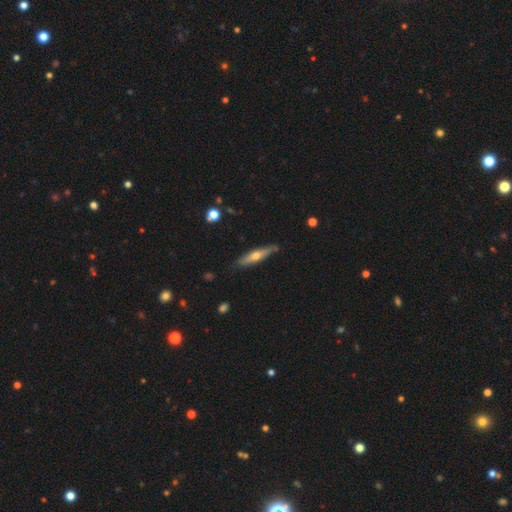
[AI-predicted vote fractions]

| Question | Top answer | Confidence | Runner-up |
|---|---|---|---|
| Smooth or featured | featured or disk | 54% | smooth (40%) |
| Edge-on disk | yes | 90% | no (10%) |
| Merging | none | 82% | minor disturbance (14%) |